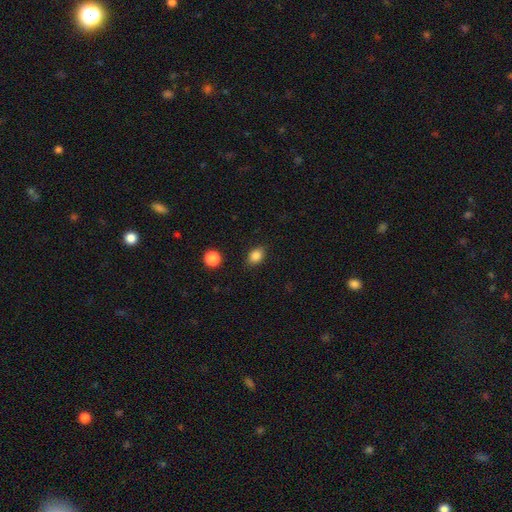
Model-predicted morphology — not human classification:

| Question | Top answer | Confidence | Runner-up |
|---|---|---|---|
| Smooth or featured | smooth | 85% | star or artifact (11%) |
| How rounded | in between | 66% | round (33%) |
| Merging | none | 85% | minor disturbance (10%) |